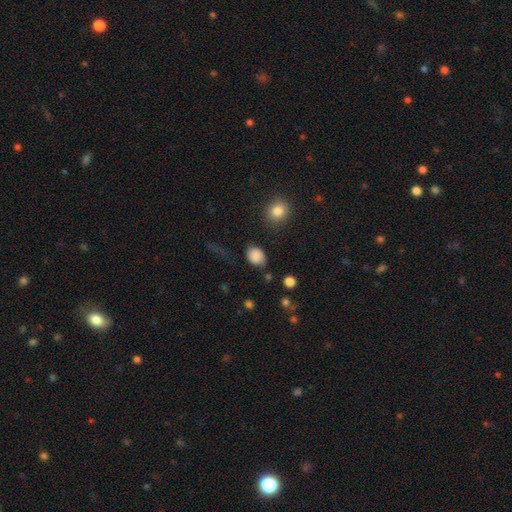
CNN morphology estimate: Smooth or featured?
  - smooth: 82% *
  - star or artifact: 10%
  - featured or disk: 8%
How rounded?
  - in between: 58% *
  - round: 41%
  - cigar-shaped: 1%
Merging?
  - none: 69% *
  - minor disturbance: 21%
  - major disturbance: 7%
  - merger: 3%